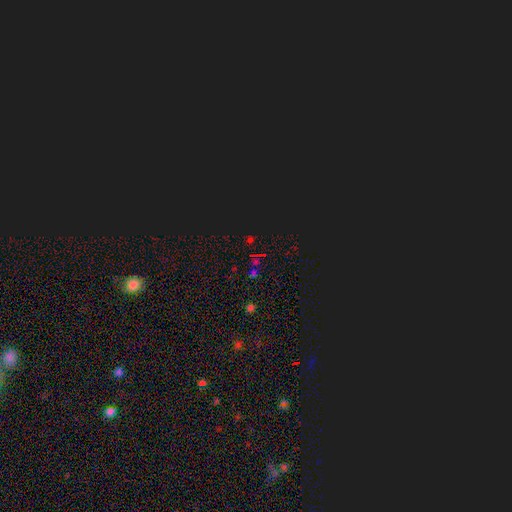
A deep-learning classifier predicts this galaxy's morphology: Smooth or featured?
  - star or artifact: 71% *
  - smooth: 20%
  - featured or disk: 9%